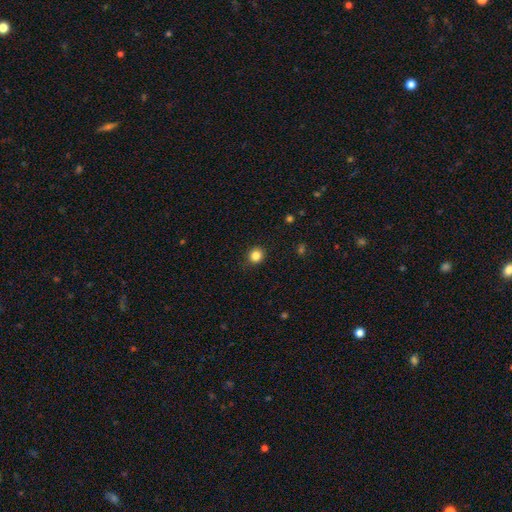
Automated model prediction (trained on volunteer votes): smooth_or_featured: smooth (p=0.84) [alt: star or artifact p=0.11]
how_rounded: round (p=0.87) [alt: in between p=0.12]
merging: none (p=0.89) [alt: minor disturbance p=0.07]